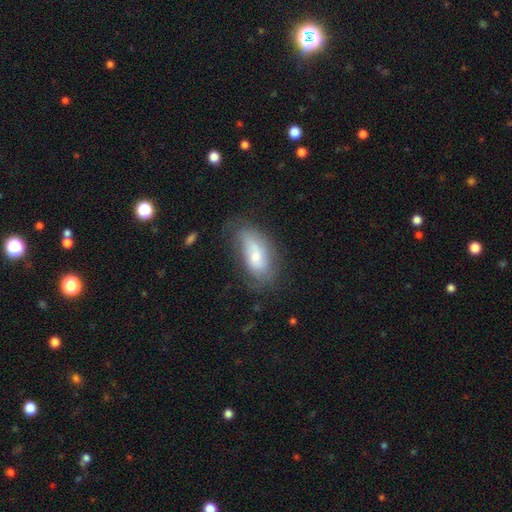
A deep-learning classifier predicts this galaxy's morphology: This appears to be a smooth galaxy with no disk features (50%) that is in between round and cigar-shaped (87%). Merging: none (53%).